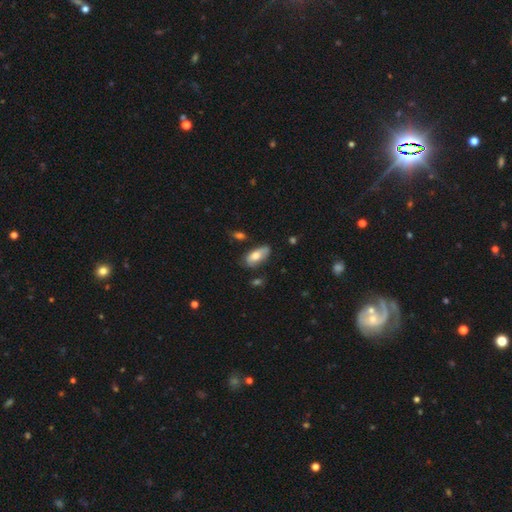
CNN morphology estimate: smooth 72%, featured or disk 22%, star or artifact 6%. Down the decision tree: how rounded — in between (89%); merging — none (65%).